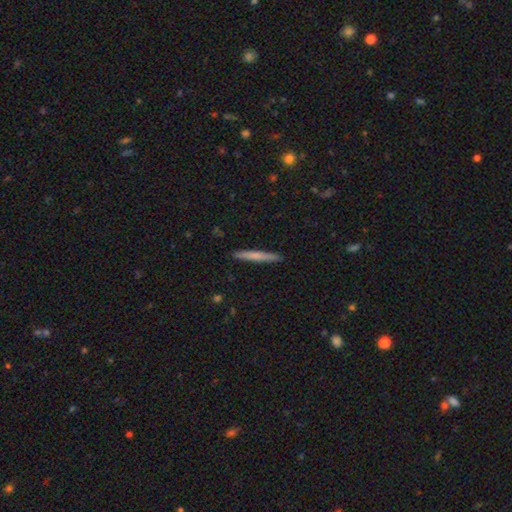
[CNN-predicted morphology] smooth 65%, featured or disk 29%, star or artifact 6%. Down the decision tree: how rounded — cigar-shaped (96%); merging — none (92%).